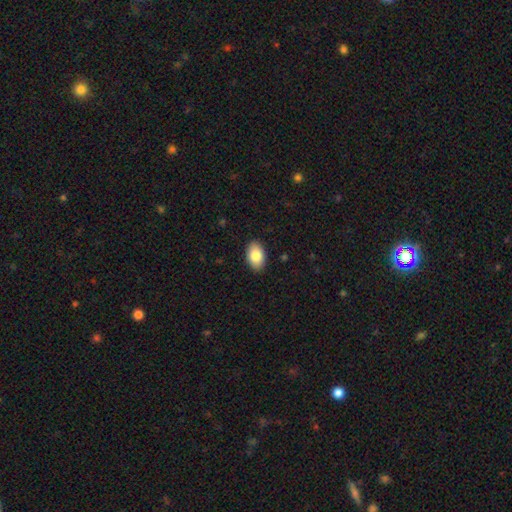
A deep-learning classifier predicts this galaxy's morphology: This is clearly a smooth galaxy (86%). How rounded: clearly in between (93%). Merging: clearly none (89%).